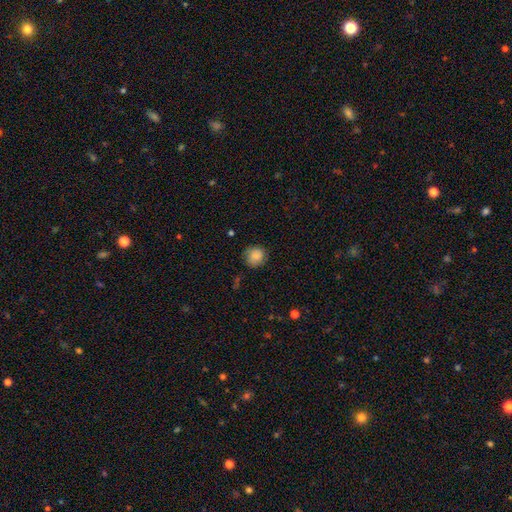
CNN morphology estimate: Q: Smooth or featured?
A: smooth (84%); runner-up: star or artifact (8%)
Q: How rounded?
A: round (87%); runner-up: in between (12%)
Q: Merging?
A: none (78%); runner-up: minor disturbance (17%)